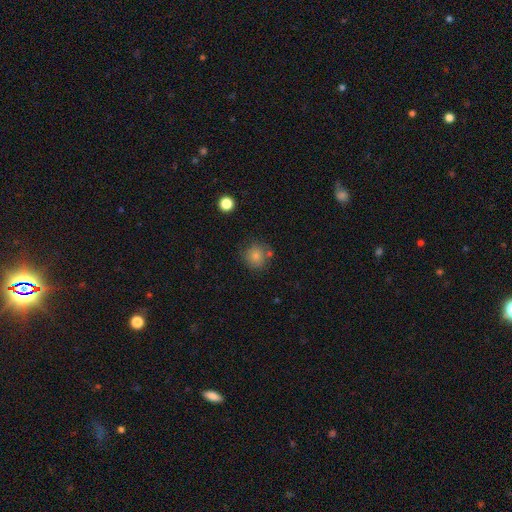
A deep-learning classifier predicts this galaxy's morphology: Overall: smooth (81%). How rounded: round (89%). Merging: none (73%).